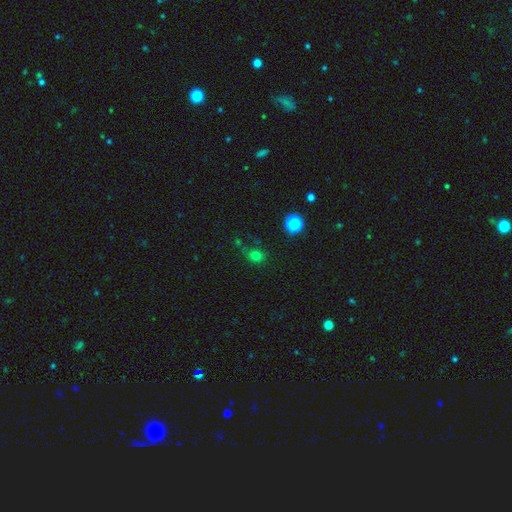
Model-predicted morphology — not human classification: This is likely a smooth galaxy (72%). How rounded: likely round (75%). Merging: likely none (65%).